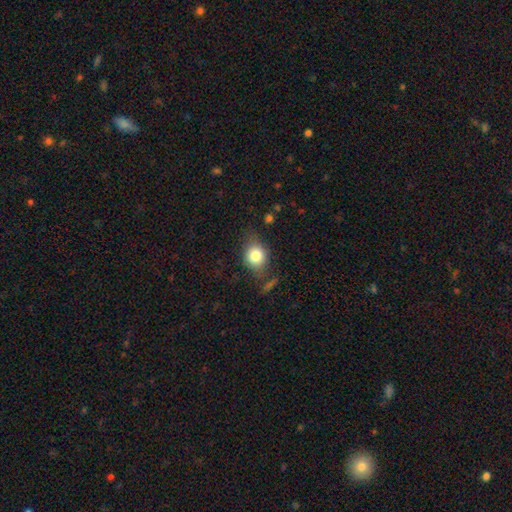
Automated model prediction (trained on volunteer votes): smooth-or-featured: smooth: 79% | featured or disk: 11% | star or artifact: 10%
  how-rounded: round: 59% | in between: 39% | cigar-shaped: 1%
  merging: none: 68% | minor disturbance: 21% | major disturbance: 8% | merger: 3%